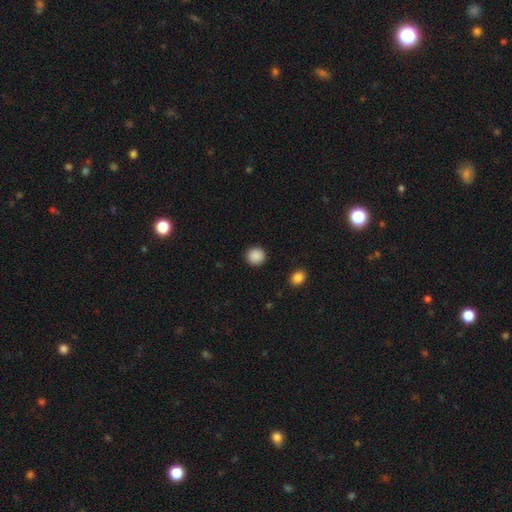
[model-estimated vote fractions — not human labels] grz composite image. It shows a smooth galaxy with no disk features (89%) that is round (93%). Merging: none (92%).